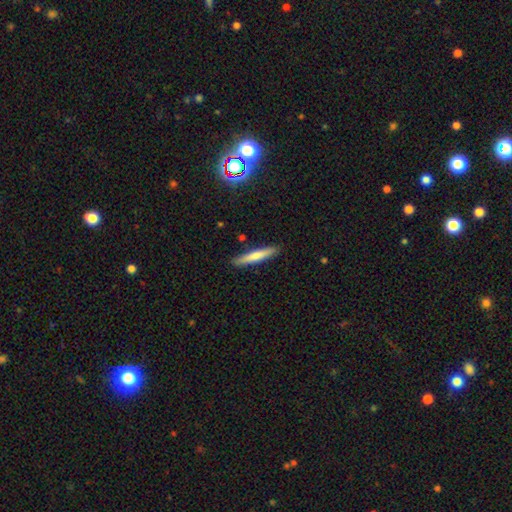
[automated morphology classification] A smooth galaxy with no disk features (68%) that is cigar-shaped (92%). Merging: none (88%).